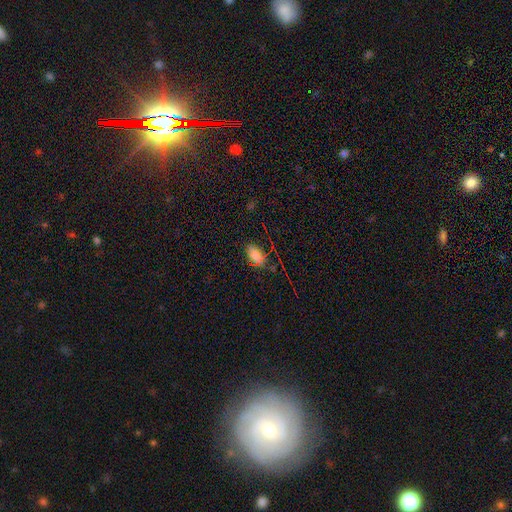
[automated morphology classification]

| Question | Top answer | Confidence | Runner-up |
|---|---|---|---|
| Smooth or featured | smooth | 75% | star or artifact (18%) |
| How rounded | in between | 91% | round (5%) |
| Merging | none | 70% | minor disturbance (20%) |